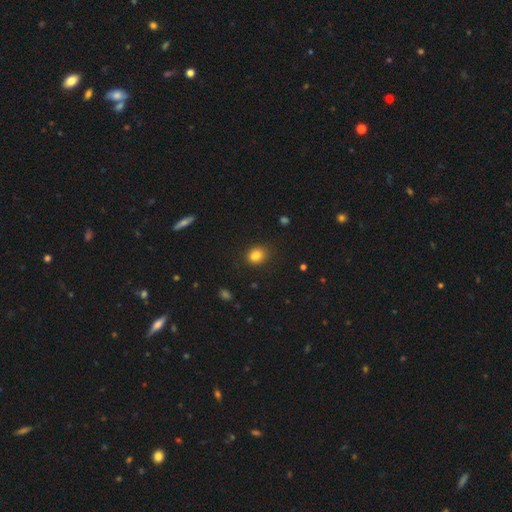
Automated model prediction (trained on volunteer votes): smooth 83%, star or artifact 11%, featured or disk 6%. Down the decision tree: how rounded — round (56%); merging — none (84%).